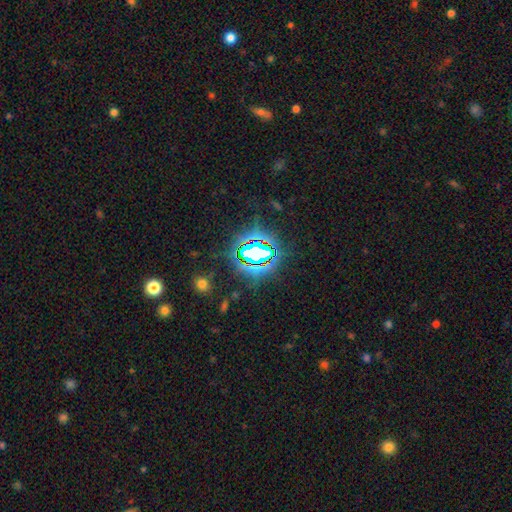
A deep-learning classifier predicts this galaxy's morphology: smooth-or-featured: star or artifact: 76% | smooth: 13% | featured or disk: 10%